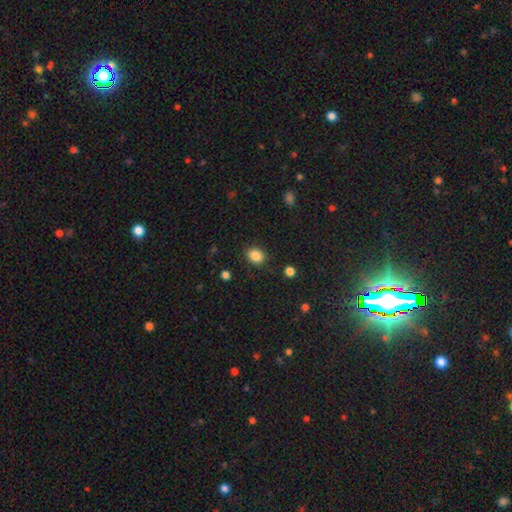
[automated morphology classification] A smooth galaxy with no disk features (86%) that is in between round and cigar-shaped (50%). Merging: none (85%).